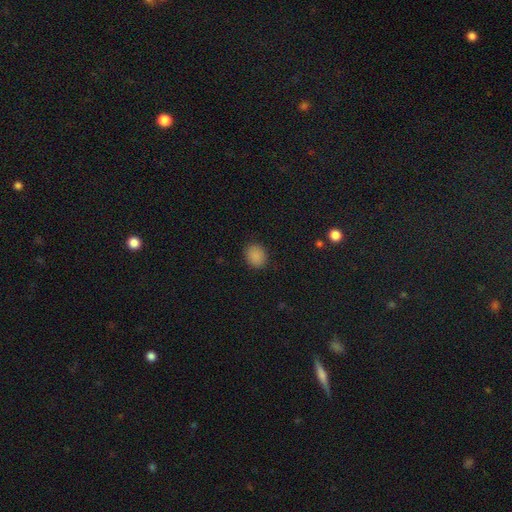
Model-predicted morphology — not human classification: smooth-or-featured: smooth: 86% | star or artifact: 11% | featured or disk: 3%
  how-rounded: round: 55% | in between: 44% | cigar-shaped: 1%
  merging: none: 88% | minor disturbance: 9% | major disturbance: 2% | merger: 1%